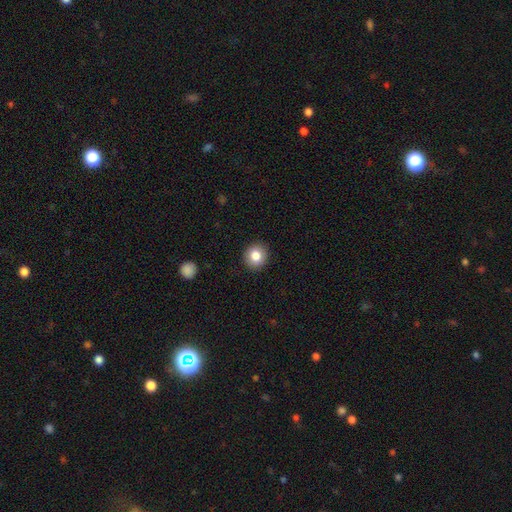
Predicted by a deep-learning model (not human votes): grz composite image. It shows a smooth galaxy with no disk features (84%) that is round (85%). Merging: none (91%).